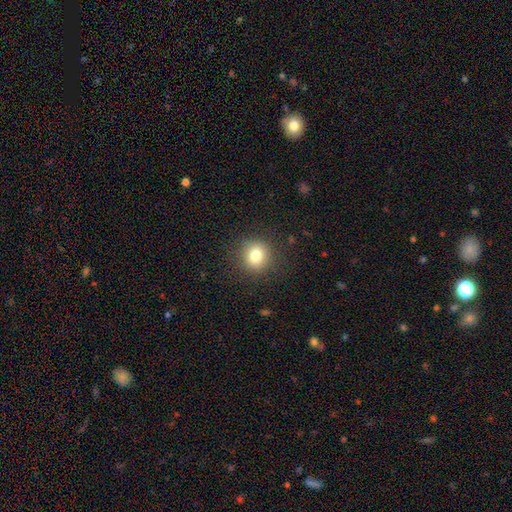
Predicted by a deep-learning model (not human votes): Smooth or featured? Predicted: smooth (p=0.81). How rounded? Predicted: round (p=0.84). Merging? Predicted: none (p=0.88).